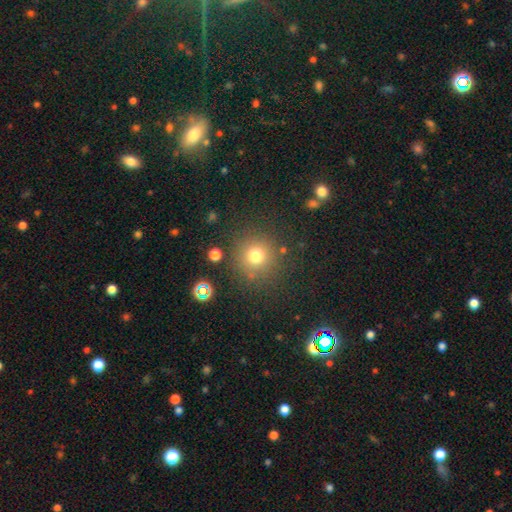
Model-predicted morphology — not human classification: Smooth or featured?
  - smooth: 75% *
  - star or artifact: 18%
  - featured or disk: 8%
How rounded?
  - round: 94% *
  - in between: 5%
  - cigar-shaped: 1%
Merging?
  - none: 84% *
  - minor disturbance: 9%
  - major disturbance: 4%
  - merger: 4%